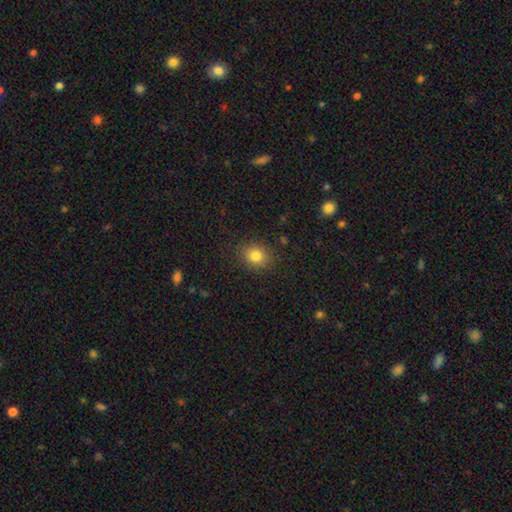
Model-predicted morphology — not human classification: Smooth or featured?
  - smooth: 82% *
  - star or artifact: 11%
  - featured or disk: 7%
How rounded?
  - round: 64% *
  - in between: 35%
  - cigar-shaped: 1%
Merging?
  - none: 86% *
  - minor disturbance: 10%
  - major disturbance: 3%
  - merger: 1%